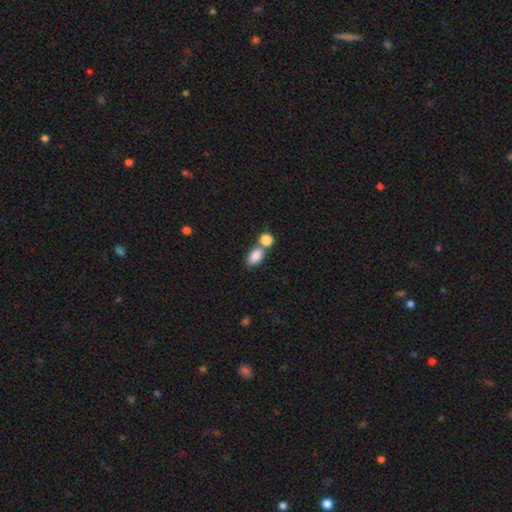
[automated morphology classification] A smooth galaxy with no disk features (86%) that is in between round and cigar-shaped (86%). Merging: none (45%).